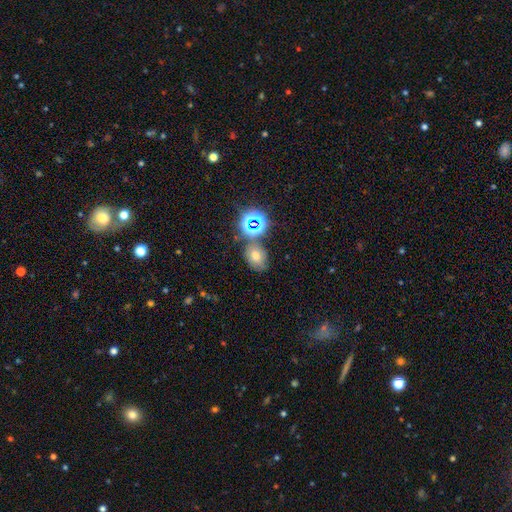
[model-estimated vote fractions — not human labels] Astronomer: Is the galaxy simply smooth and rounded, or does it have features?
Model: smooth — 52% (runner-up: star or artifact, 31%).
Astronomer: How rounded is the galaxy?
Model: in between — 59% (runner-up: round, 40%).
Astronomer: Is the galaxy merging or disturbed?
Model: none — 65%.